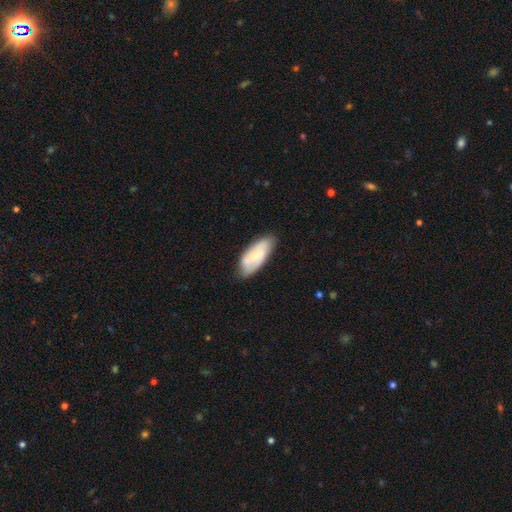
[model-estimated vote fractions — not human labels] Morphology: type=smooth (63%); roundness=in between (84%); merging=none (72%).